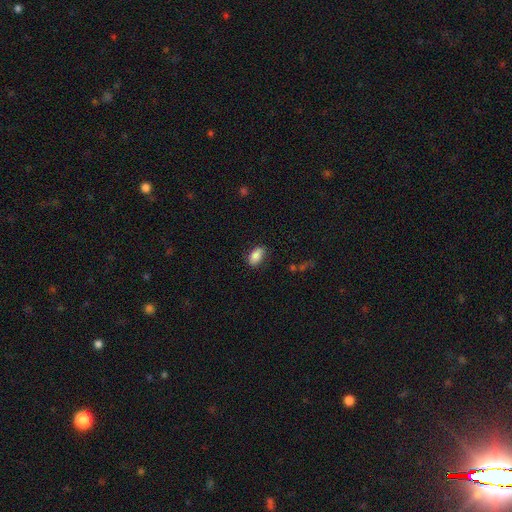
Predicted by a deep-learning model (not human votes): Smooth or featured? smooth (84%)
How rounded? in between (92%)
Merging? none (83%)